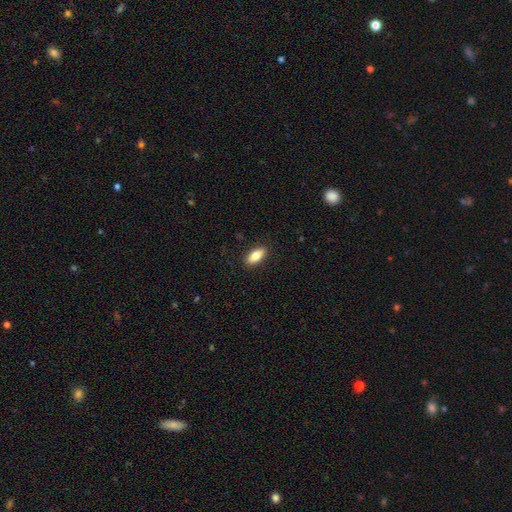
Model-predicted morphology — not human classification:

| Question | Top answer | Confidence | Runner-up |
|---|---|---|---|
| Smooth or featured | smooth | 78% | featured or disk (15%) |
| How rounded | in between | 82% | cigar-shaped (15%) |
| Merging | none | 89% | minor disturbance (8%) |